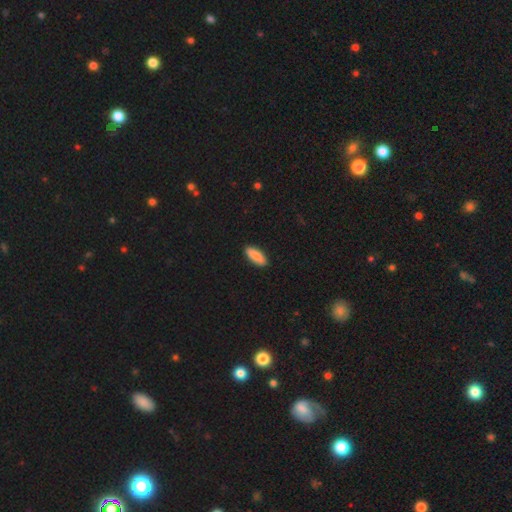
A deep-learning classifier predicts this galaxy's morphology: Overall: smooth (87%). How rounded: in between (71%). Merging: none (90%).